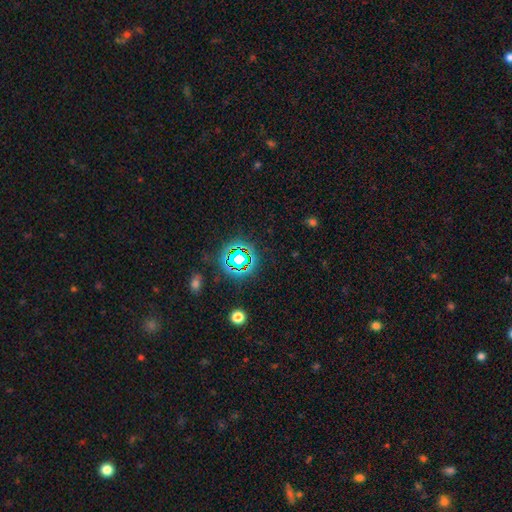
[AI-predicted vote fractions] Q: Smooth or featured?
A: star or artifact (77%); runner-up: smooth (15%)